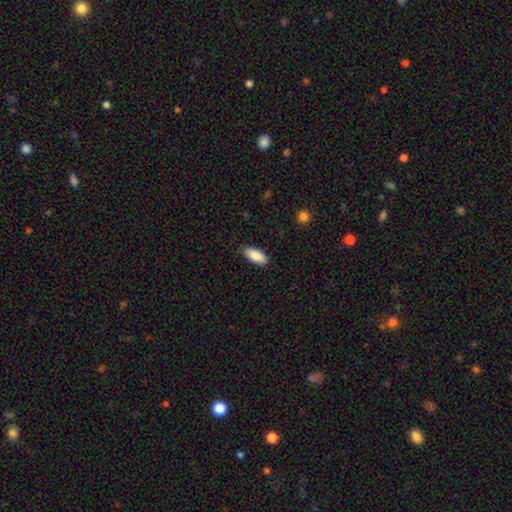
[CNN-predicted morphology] Smooth or featured? Predicted: smooth (p=0.87). How rounded? Predicted: in between (p=0.82). Merging? Predicted: none (p=0.86).